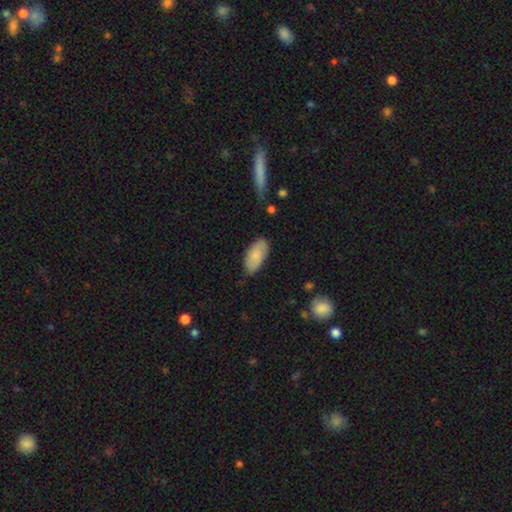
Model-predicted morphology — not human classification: This is likely a smooth galaxy (77%). How rounded: clearly in between (93%). Merging: likely none (77%).